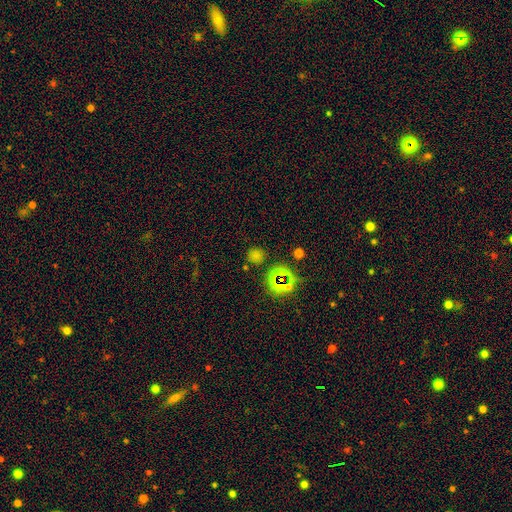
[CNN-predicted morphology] smooth 59%, star or artifact 36%, featured or disk 6%. Down the decision tree: how rounded — round (89%); merging — none (82%).